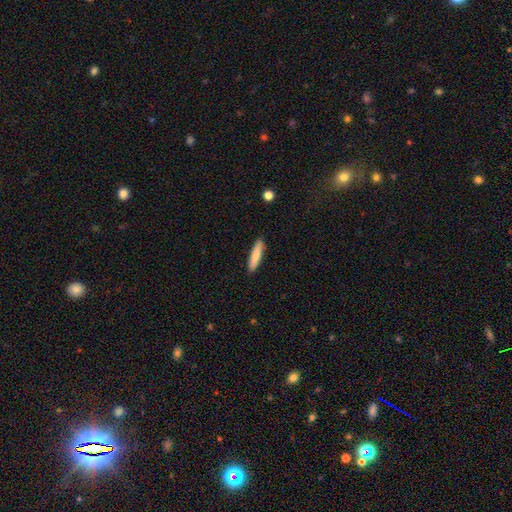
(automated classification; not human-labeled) This is likely a smooth galaxy (79%). How rounded: clearly cigar-shaped (83%). Merging: clearly none (89%).